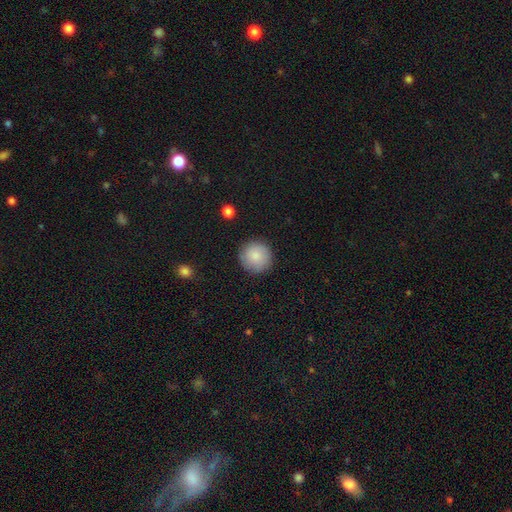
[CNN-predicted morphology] This appears to be a smooth galaxy with no disk features (84%) that is round (95%). Merging: none (89%).